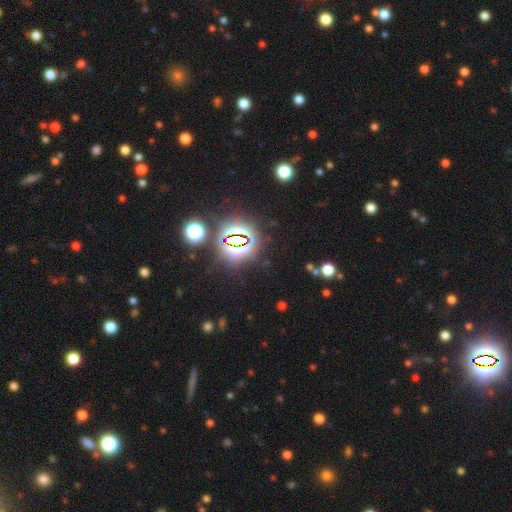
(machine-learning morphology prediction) Smooth or featured? Predicted: star or artifact (p=0.73).